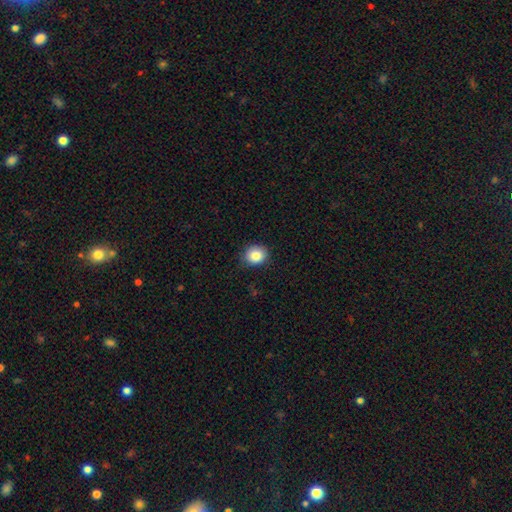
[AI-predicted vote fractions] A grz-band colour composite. It shows a smooth galaxy with no disk features (85%) that is round (75%). Merging: none (86%).